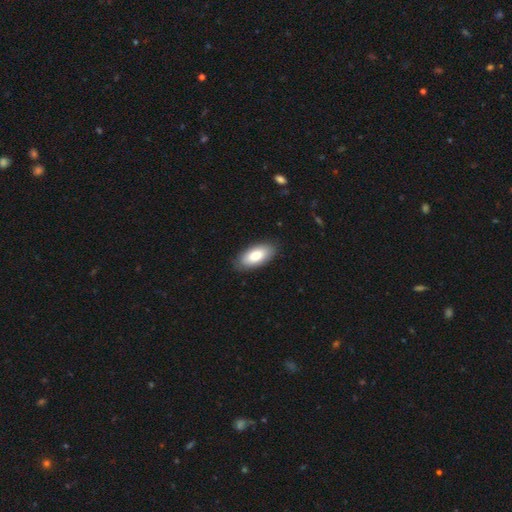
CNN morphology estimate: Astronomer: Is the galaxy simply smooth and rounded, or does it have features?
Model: smooth — 82%.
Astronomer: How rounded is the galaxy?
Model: in between — 92%.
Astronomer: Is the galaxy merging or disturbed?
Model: none — 86%.